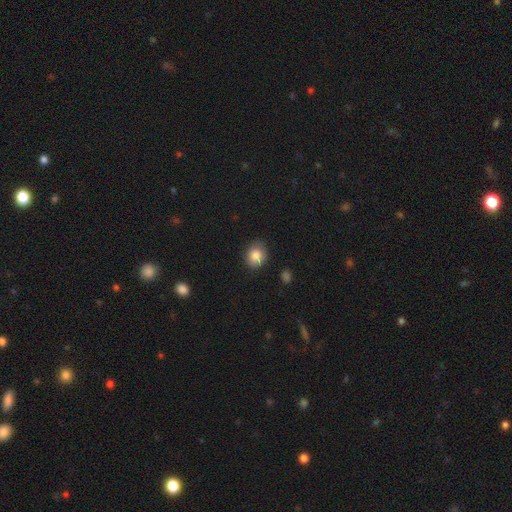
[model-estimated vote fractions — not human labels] Smooth or featured? Predicted: smooth (p=0.85). How rounded? Predicted: round (p=0.62). Merging? Predicted: none (p=0.80).